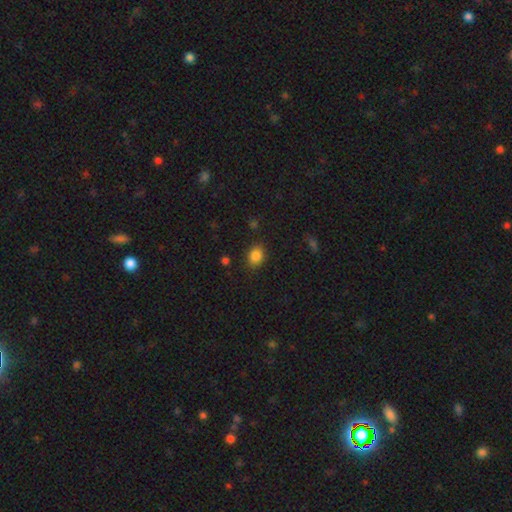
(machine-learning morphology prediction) A smooth galaxy with no disk features (85%) that is in between round and cigar-shaped (57%).

Vote fractions:
- Smooth or featured? smooth: 85% / star or artifact: 10% / featured or disk: 5%
- How rounded? in between: 57% / round: 42% / cigar-shaped: 1%
- Merging? none: 86% / minor disturbance: 9% / major disturbance: 3% / merger: 2%